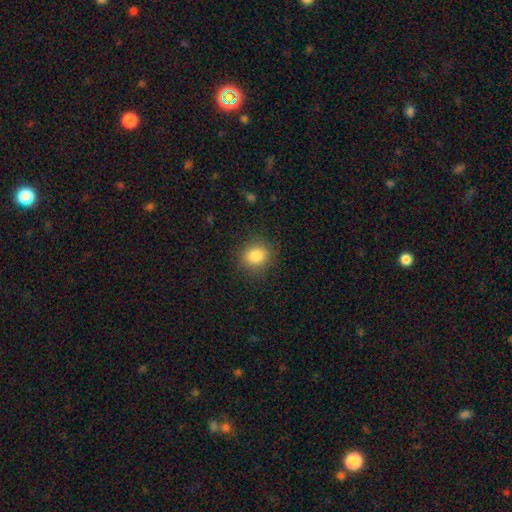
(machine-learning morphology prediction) smooth-or-featured: smooth: 85% | star or artifact: 10% | featured or disk: 5%
  how-rounded: round: 72% | in between: 27% | cigar-shaped: 1%
  merging: none: 86% | minor disturbance: 10% | major disturbance: 3% | merger: 1%